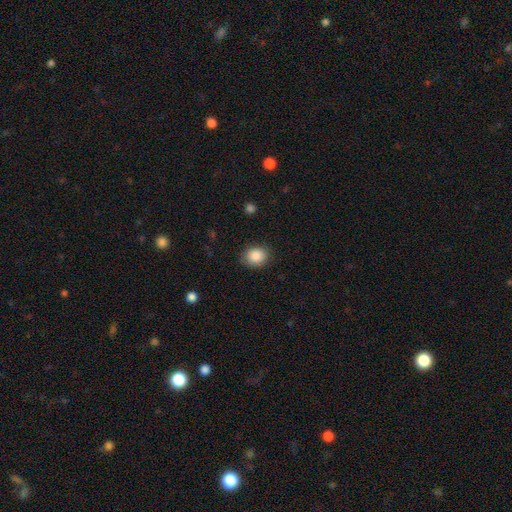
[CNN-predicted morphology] Overall: smooth (87%). How rounded: round (54%; in between 45%). Merging: none (83%).